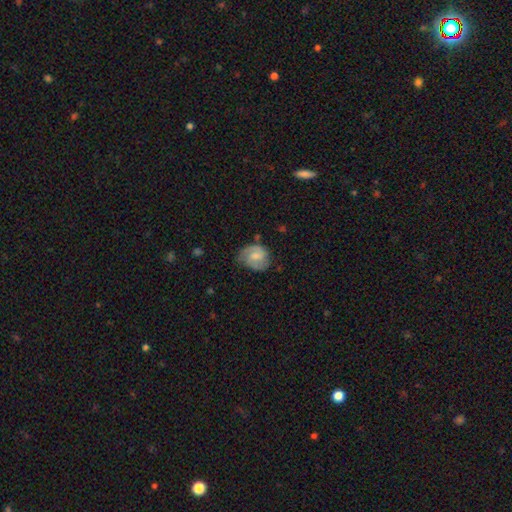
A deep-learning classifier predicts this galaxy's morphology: Smooth or featured?
  - featured or disk: 60% *
  - smooth: 34%
  - star or artifact: 7%
Edge-on disk?
  - no: 98% *
  - yes: 2%
Bar?
  - weak: 51% *
  - no: 40%
  - strong: 9%
Spiral arms?
  - yes: 90% *
  - no: 10%
Spiral winding?
  - medium: 46% *
  - tight: 37%
  - loose: 17%
Spiral arm count?
  - 2: 74% *
  - can't tell: 13%
  - 1: 7%
  - 3: 3%
  - 4: 1%
  - more than 4: 1%
Bulge size?
  - moderate: 41% *
  - small: 40%
  - none: 13%
  - large: 5%
  - dominant: 1%
Merging?
  - none: 62% *
  - minor disturbance: 27%
  - major disturbance: 9%
  - merger: 2%